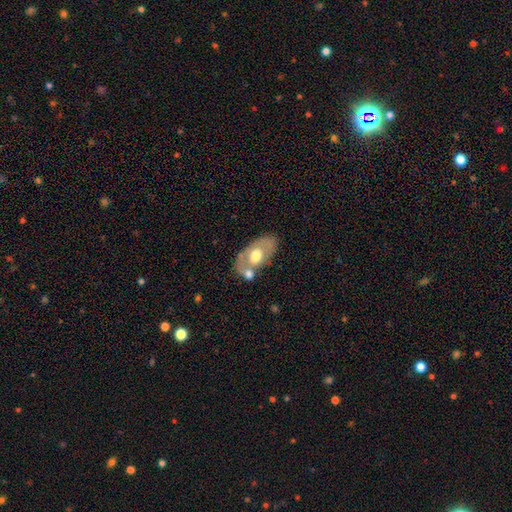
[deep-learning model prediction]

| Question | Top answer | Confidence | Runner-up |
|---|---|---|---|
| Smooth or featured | featured or disk | 49% | smooth (45%) |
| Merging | none | 53% | merger (24%) |